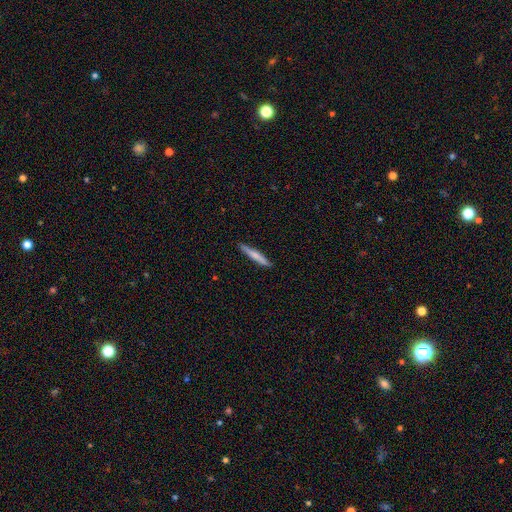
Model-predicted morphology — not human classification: This is likely a smooth galaxy (62%). How rounded: clearly cigar-shaped (95%). Merging: clearly none (89%).